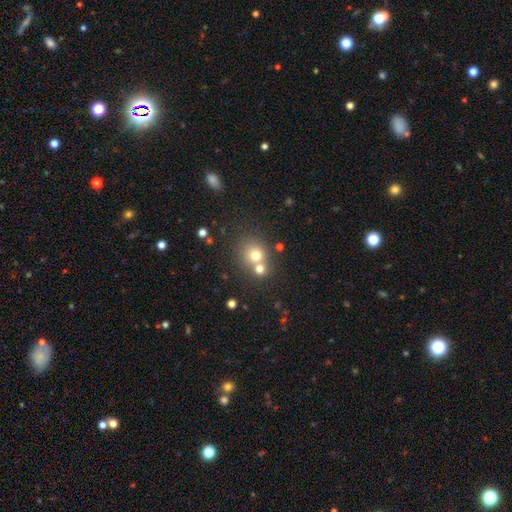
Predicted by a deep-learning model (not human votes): Smooth or featured? Predicted: smooth (p=0.72). How rounded? Predicted: round (p=0.84). Merging? Predicted: none (p=0.52).